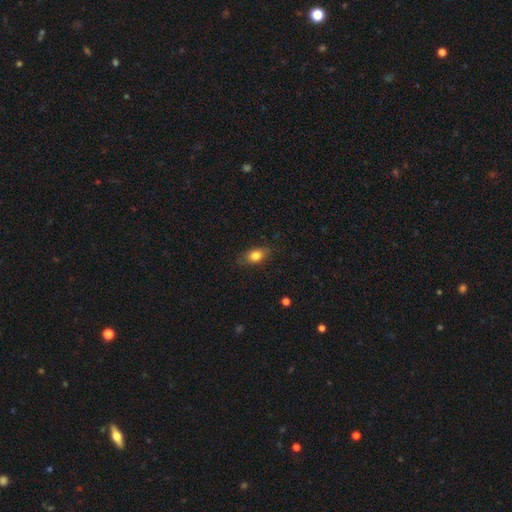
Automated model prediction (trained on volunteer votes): Smooth or featured: smooth — 81% (featured or disk — 10%)
How rounded: in between — 77% (round — 17%)
Merging: none — 79% (minor disturbance — 16%)